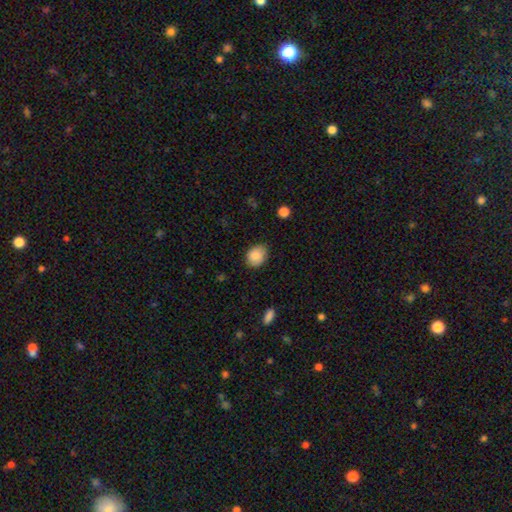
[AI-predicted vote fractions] Smooth or featured? smooth (88%)
How rounded? round (52%)
Merging? none (77%)